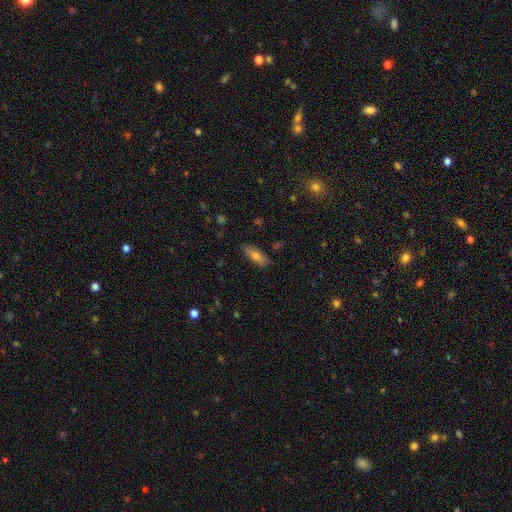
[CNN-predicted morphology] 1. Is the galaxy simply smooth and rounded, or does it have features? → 74% smooth, 18% featured or disk, 8% star or artifact.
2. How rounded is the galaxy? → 71% in between, 26% cigar-shaped, 3% round.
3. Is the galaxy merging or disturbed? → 83% none, 13% minor disturbance, 2% major disturbance, 2% merger.